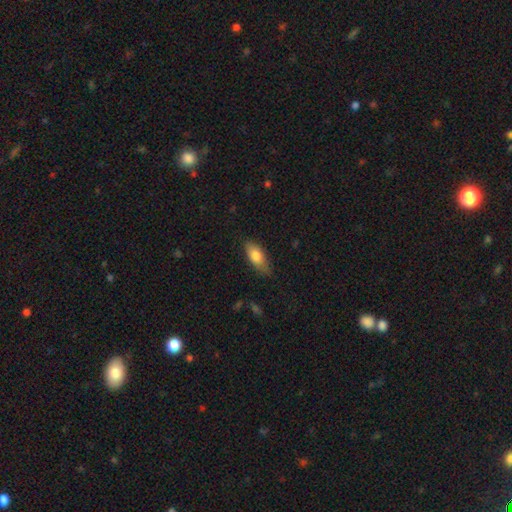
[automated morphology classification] The model was most divided on "merging": none: 76%, minor disturbance: 19%, major disturbance: 4%, merger: 1%. More confident: how rounded — in between (81%); smooth or featured — smooth (79%).